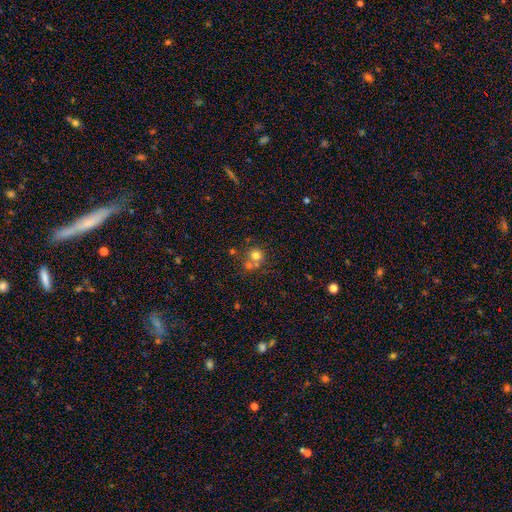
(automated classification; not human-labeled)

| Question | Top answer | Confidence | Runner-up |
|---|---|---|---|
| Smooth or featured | smooth | 72% | star or artifact (15%) |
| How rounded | round | 89% | in between (11%) |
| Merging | none | 51% | merger (37%) |